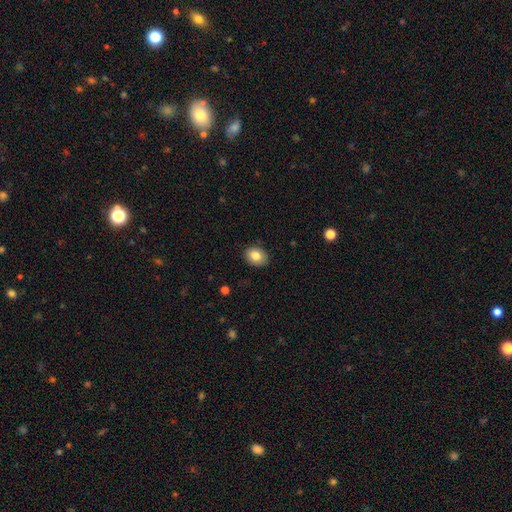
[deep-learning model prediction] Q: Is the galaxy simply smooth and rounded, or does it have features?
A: smooth — 83%.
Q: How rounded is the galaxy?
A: in between — 59%.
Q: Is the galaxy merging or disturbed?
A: none — 88%.